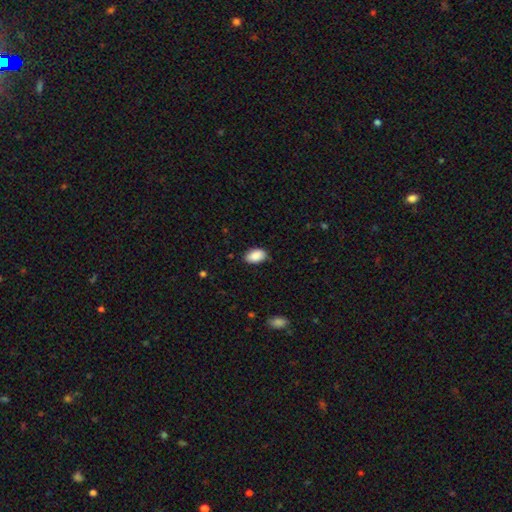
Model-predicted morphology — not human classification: type=smooth (88%); roundness=in between (92%); merging=none (78%).